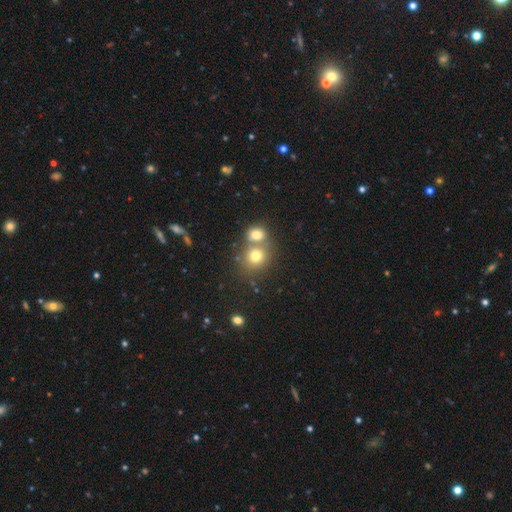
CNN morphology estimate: A smooth galaxy with no disk features (74%) that is round (78%). Merging: merger (46%).